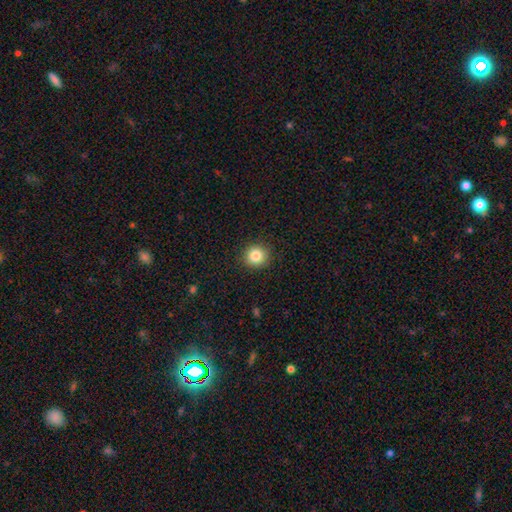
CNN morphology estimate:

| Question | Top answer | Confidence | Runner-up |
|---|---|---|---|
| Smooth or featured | smooth | 85% | star or artifact (10%) |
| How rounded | round | 91% | in between (8%) |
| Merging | none | 90% | minor disturbance (6%) |